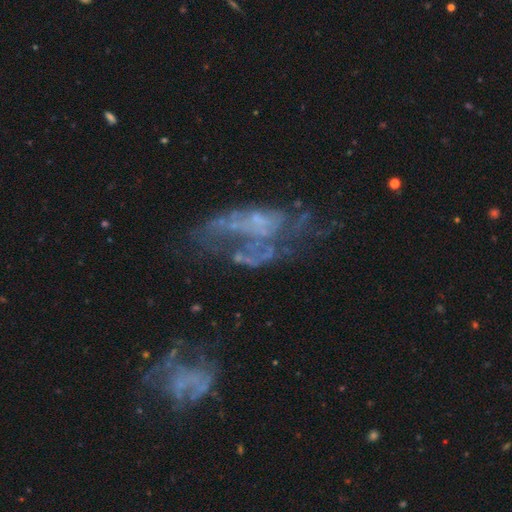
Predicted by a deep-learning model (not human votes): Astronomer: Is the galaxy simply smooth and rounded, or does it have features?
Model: featured or disk — 68%.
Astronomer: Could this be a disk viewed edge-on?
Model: no — 95%.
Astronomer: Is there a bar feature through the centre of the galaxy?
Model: no — 83%.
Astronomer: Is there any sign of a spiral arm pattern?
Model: no — 67%.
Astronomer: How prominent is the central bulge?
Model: none — 64%.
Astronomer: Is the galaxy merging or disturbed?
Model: major disturbance — 42% (runner-up: none, 29%).